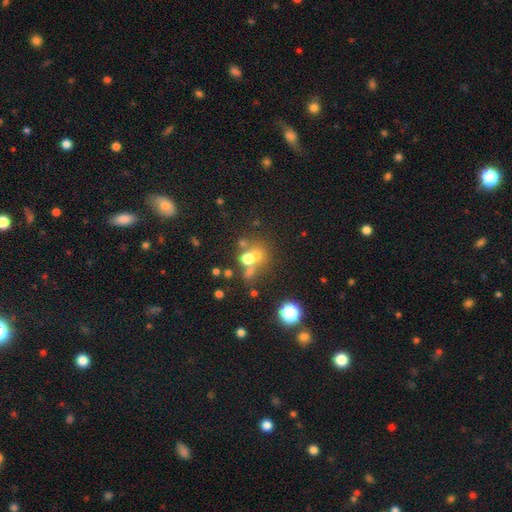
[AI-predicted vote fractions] The model was most divided on "merging": none: 45%, merger: 39%, minor disturbance: 9%, major disturbance: 7%. More confident: how rounded — round (81%); smooth or featured — smooth (56%).